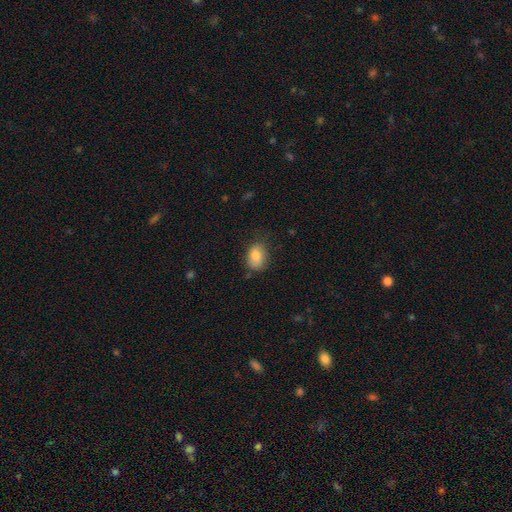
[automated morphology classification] A smooth galaxy with no disk features (82%) that is in between round and cigar-shaped (74%). Merging: none (70%).